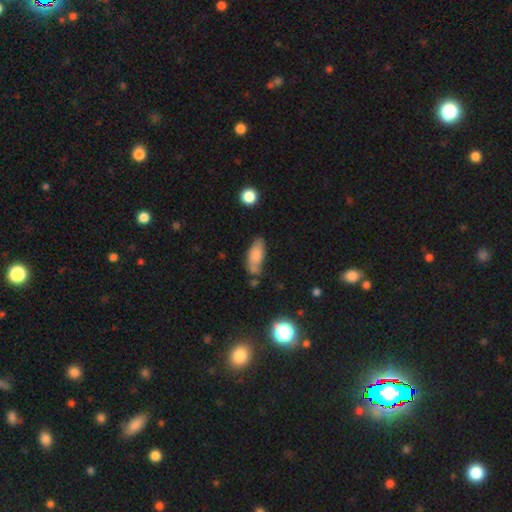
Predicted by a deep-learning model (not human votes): smooth_or_featured: smooth (p=0.77) [alt: featured or disk p=0.15]
how_rounded: in between (p=0.79) [alt: cigar-shaped p=0.18]
merging: none (p=0.58) [alt: minor disturbance p=0.25]